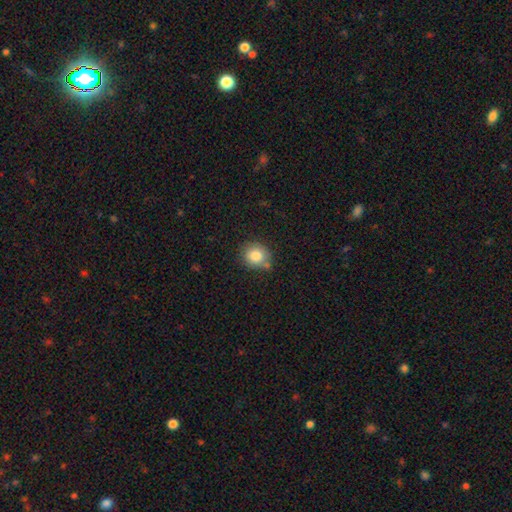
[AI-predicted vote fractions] Smooth or featured: smooth — 82% (star or artifact — 10%)
How rounded: round — 81% (in between — 18%)
Merging: none — 70% (minor disturbance — 17%)